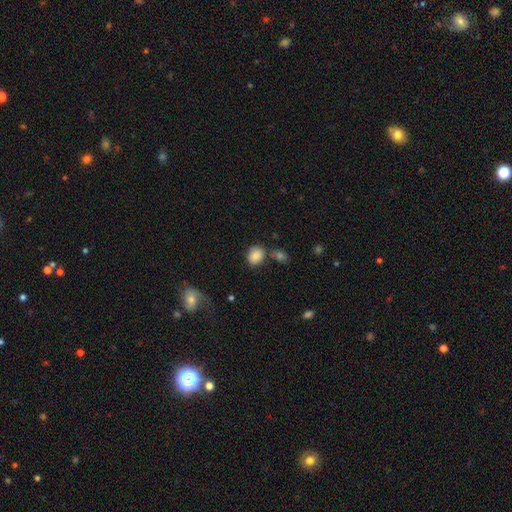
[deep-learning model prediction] The model was most divided on "how rounded": round: 60%, in between: 39%, cigar-shaped: 1%. More confident: smooth or featured — smooth (85%); merging — none (68%).